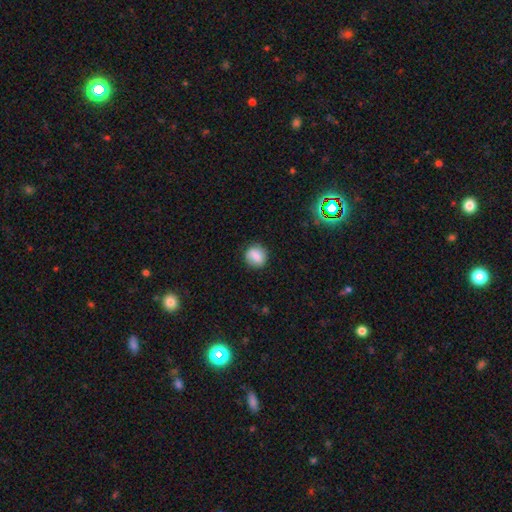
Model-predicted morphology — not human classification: Overall: smooth (78%). How rounded: round (82%). Merging: none (85%).